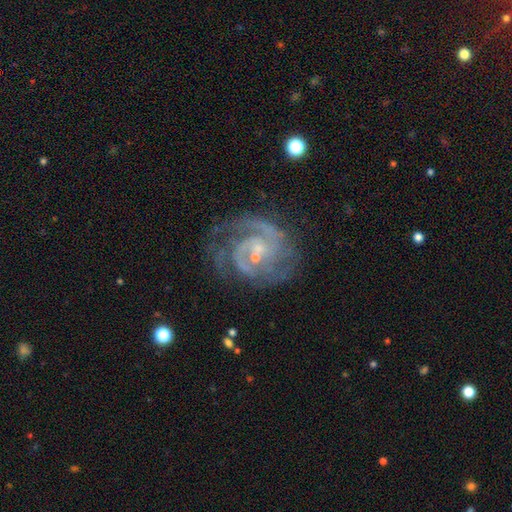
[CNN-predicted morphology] Smooth or featured? Predicted: featured or disk (p=0.90). Edge-on disk? Predicted: no (p=0.98). Bar? Predicted: no (p=0.54). Spiral arms? Predicted: yes (p=0.97). Spiral winding? Predicted: tight (p=0.50). Spiral arm count? Predicted: 2 (p=0.56). Bulge size? Predicted: small (p=0.76). Merging? Predicted: none (p=0.63).